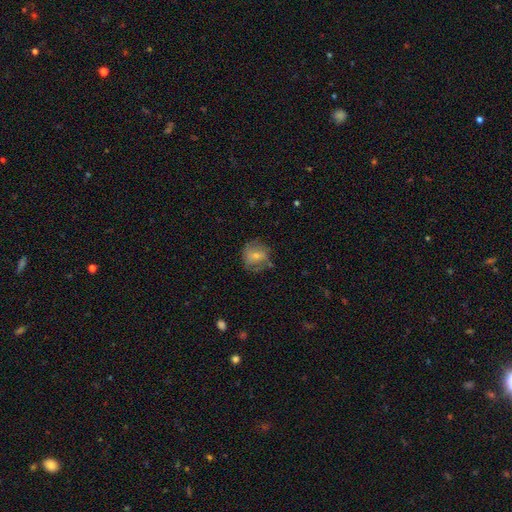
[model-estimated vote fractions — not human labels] Smooth or featured: smooth — 46% (featured or disk — 41%)
Merging: none — 69% (minor disturbance — 20%)